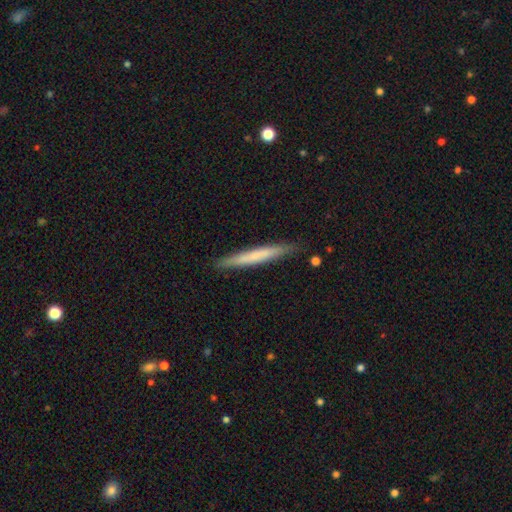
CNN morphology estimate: Smooth or featured? smooth (62%)
How rounded? cigar-shaped (96%)
Merging? none (89%)